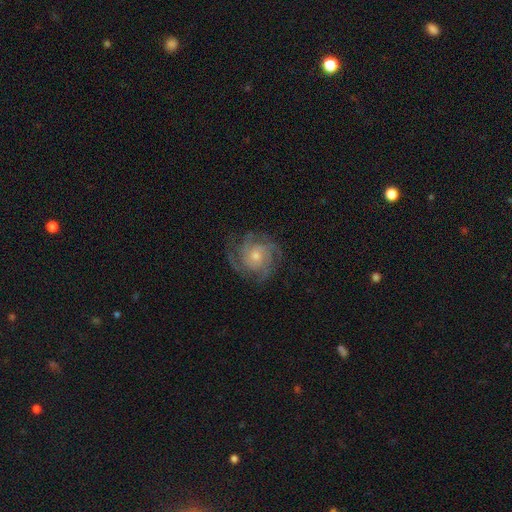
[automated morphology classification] Smooth or featured? Predicted: featured or disk (p=0.87). Edge-on disk? Predicted: no (p=0.98). Bar? Predicted: no (p=0.76). Spiral arms? Predicted: yes (p=0.97). Spiral winding? Predicted: tight (p=0.64). Spiral arm count? Predicted: 3 (p=0.33). Bulge size? Predicted: small (p=0.49). Merging? Predicted: none (p=0.78).